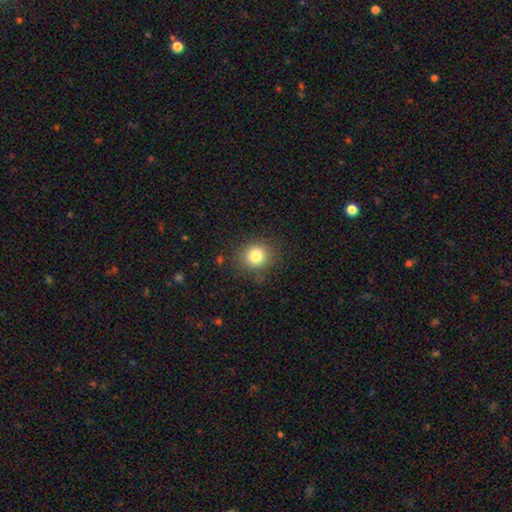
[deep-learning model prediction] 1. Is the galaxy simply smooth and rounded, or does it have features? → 81% smooth, 12% star or artifact, 7% featured or disk.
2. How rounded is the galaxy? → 82% round, 17% in between, 1% cigar-shaped.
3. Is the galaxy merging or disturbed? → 84% none, 11% minor disturbance, 4% major disturbance, 1% merger.